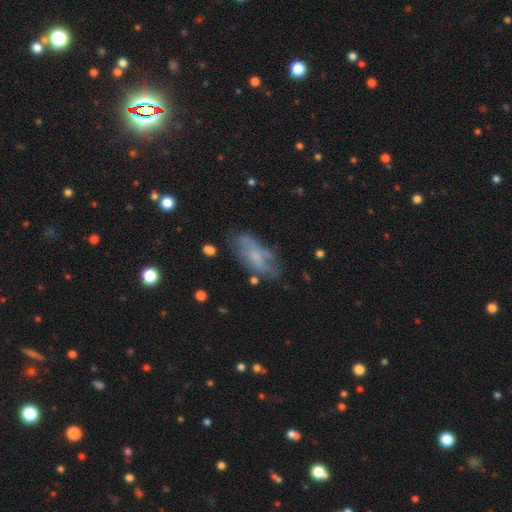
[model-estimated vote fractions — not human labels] Morphology: type=smooth (51%); roundness=in between (83%); merging=none (59%).